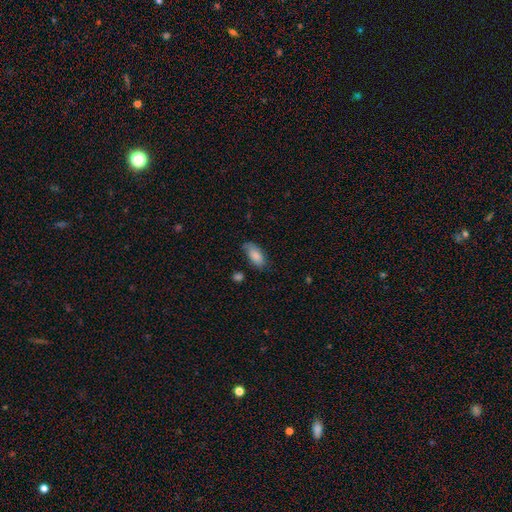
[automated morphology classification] The model was most divided on "merging": none: 68%, minor disturbance: 24%, major disturbance: 5%, merger: 3%. More confident: how rounded — in between (87%); smooth or featured — smooth (83%).